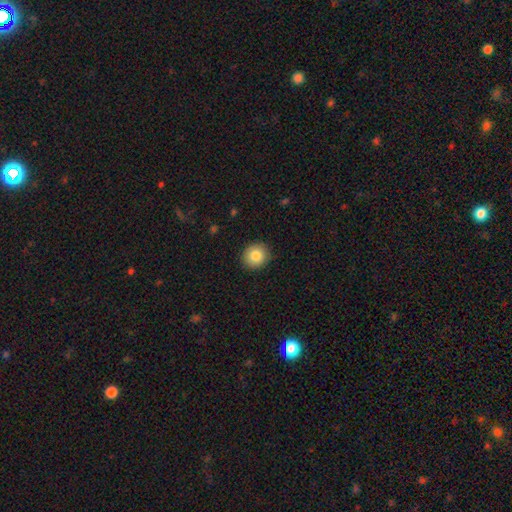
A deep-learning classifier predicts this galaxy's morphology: Smooth or featured?
  - smooth: 83% *
  - star or artifact: 9%
  - featured or disk: 8%
How rounded?
  - round: 87% *
  - in between: 12%
  - cigar-shaped: 1%
Merging?
  - none: 91% *
  - minor disturbance: 7%
  - major disturbance: 2%
  - merger: 1%